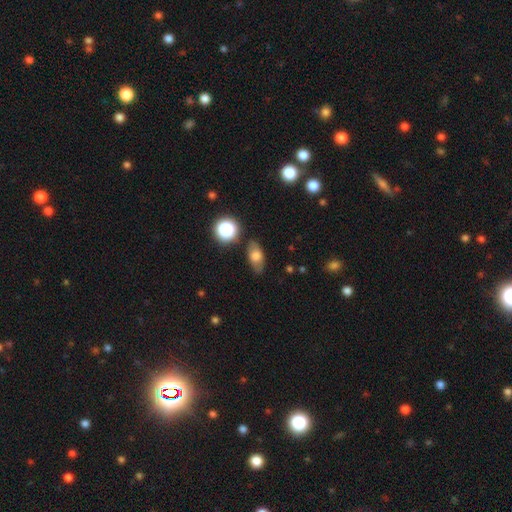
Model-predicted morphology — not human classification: This appears to be a smooth galaxy with no disk features (68%) that is in between round and cigar-shaped (83%). Merging: none (79%).